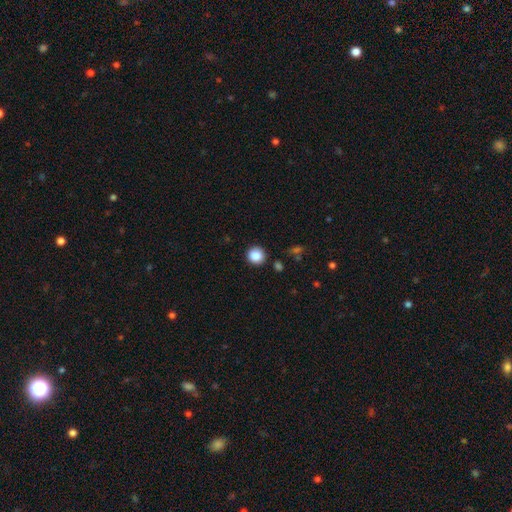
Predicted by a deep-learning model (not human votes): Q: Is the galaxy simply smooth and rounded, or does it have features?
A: smooth — 87%.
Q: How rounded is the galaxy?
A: round — 92%.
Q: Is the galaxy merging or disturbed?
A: none — 89%.